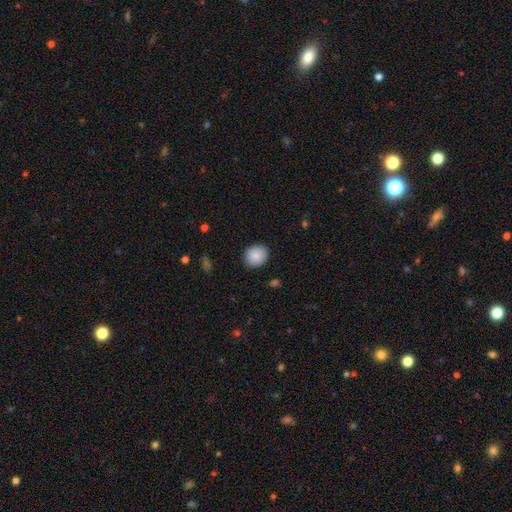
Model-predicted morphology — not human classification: smooth 86%, star or artifact 8%, featured or disk 6%. Down the decision tree: how rounded — round (78%); merging — none (89%).